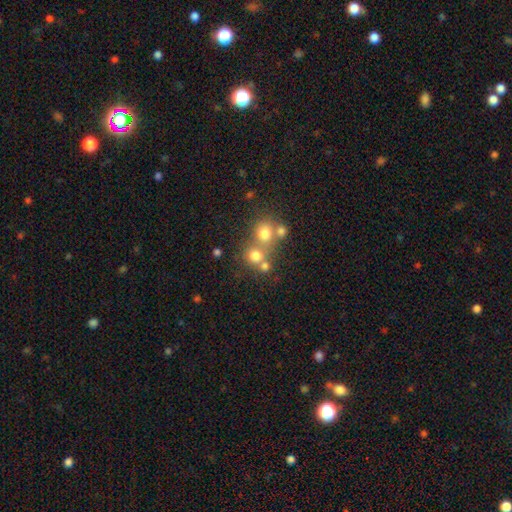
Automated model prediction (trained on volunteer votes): smooth_or_featured: smooth (p=0.71) [alt: star or artifact p=0.16]
how_rounded: round (p=0.84) [alt: in between p=0.15]
merging: none (p=0.49) [alt: merger p=0.40]